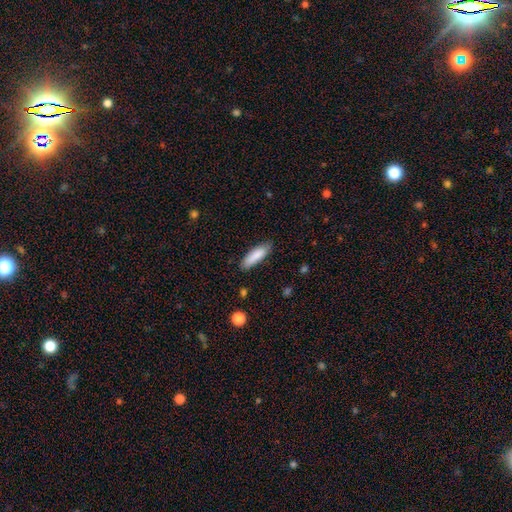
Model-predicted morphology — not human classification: A smooth galaxy with no disk features (86%) that is cigar-shaped (55%).

Vote fractions:
- Smooth or featured? smooth: 86% / featured or disk: 8% / star or artifact: 6%
- How rounded? cigar-shaped: 55% / in between: 44% / round: 1%
- Merging? none: 82% / minor disturbance: 14% / major disturbance: 3% / merger: 1%